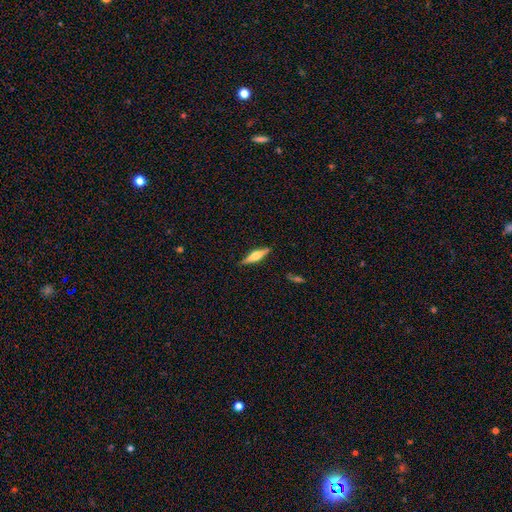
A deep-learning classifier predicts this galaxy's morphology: A featured or disk galaxy (60%) viewed edge-on (97%) with a rounded central bulge (87%).

Vote fractions:
- Smooth or featured? featured or disk: 60% / smooth: 33% / star or artifact: 6%
- Edge-on disk? yes: 97% / no: 3%
- Edge-on bulge? rounded: 87% / boxy: 10% / none: 4%
- Merging? none: 88% / minor disturbance: 8% / major disturbance: 2% / merger: 1%